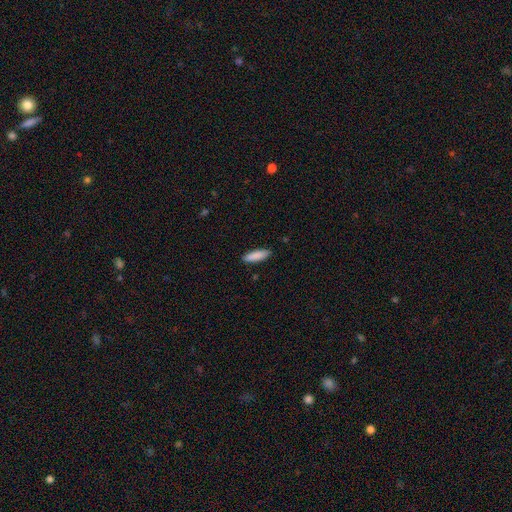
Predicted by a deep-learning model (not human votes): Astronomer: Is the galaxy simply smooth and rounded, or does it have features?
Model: smooth — 88%.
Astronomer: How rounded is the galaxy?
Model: cigar-shaped — 62% (runner-up: in between, 37%).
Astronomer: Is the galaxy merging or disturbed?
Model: none — 89%.